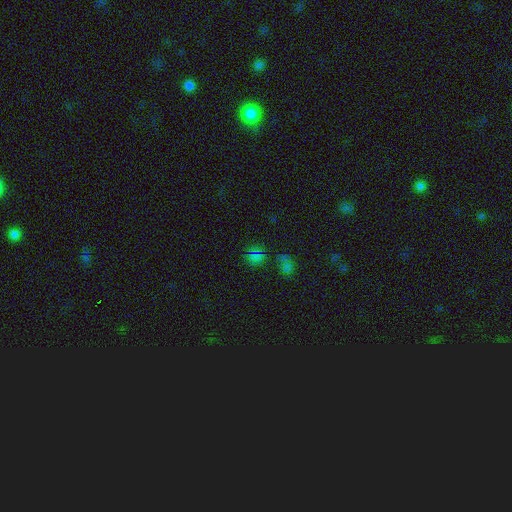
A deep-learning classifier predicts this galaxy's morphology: Smooth or featured? smooth (47%)
Merging? none (58%)